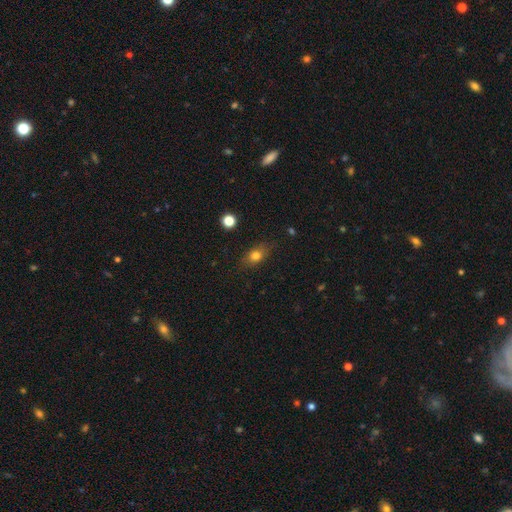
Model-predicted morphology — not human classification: This appears to be a smooth galaxy with no disk features (76%) that is in between round and cigar-shaped (70%). Merging: none (79%).